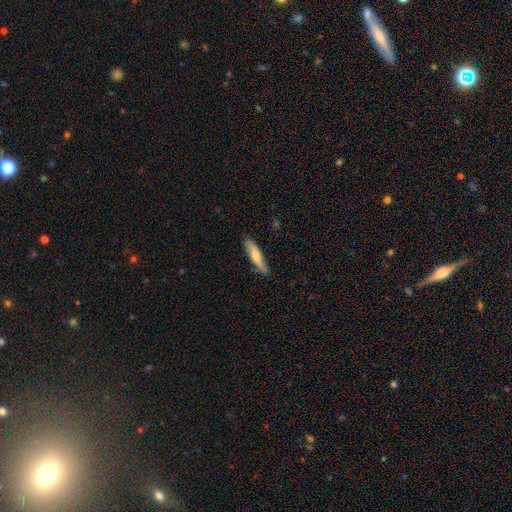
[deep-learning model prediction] A smooth galaxy with no disk features (58%) that is cigar-shaped (80%). Merging: none (77%).